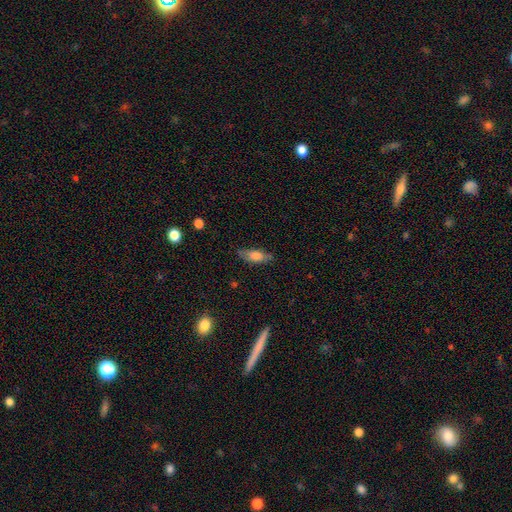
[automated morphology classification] type=smooth (68%); roundness=in between (60%); merging=none (79%).